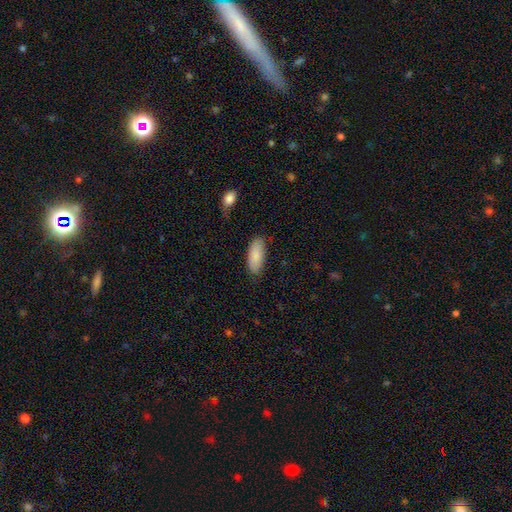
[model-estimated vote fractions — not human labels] smooth_or_featured: smooth (p=0.87) [alt: featured or disk p=0.07]
how_rounded: in between (p=0.83) [alt: cigar-shaped p=0.15]
merging: none (p=0.82) [alt: minor disturbance p=0.13]